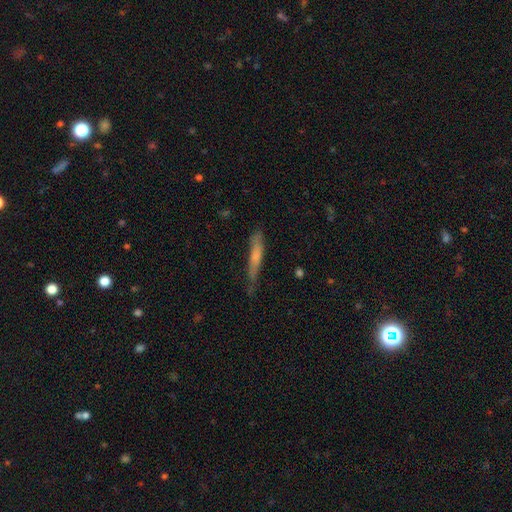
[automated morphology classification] Smooth or featured? smooth (62%)
How rounded? cigar-shaped (92%)
Merging? none (67%)